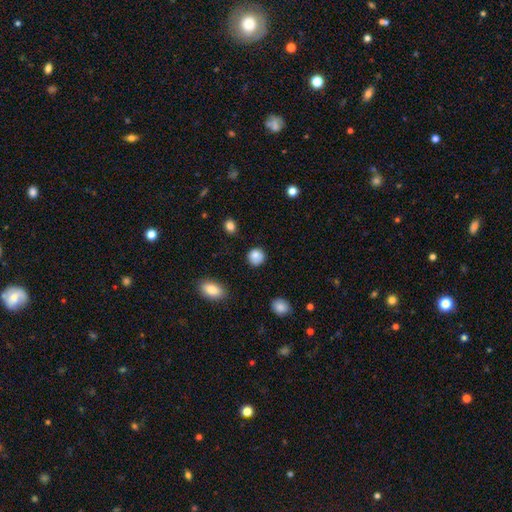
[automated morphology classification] Overall: smooth (84%). How rounded: round (86%). Merging: none (81%).